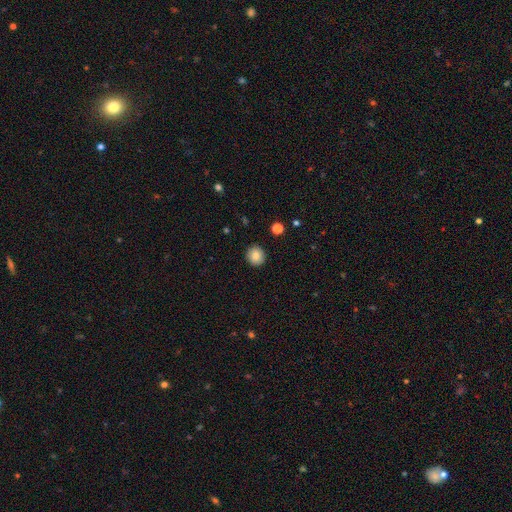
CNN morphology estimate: smooth-or-featured: smooth: 82% | star or artifact: 9% | featured or disk: 9%
  how-rounded: round: 92% | in between: 7% | cigar-shaped: 1%
  merging: none: 92% | minor disturbance: 5% | major disturbance: 2% | merger: 1%